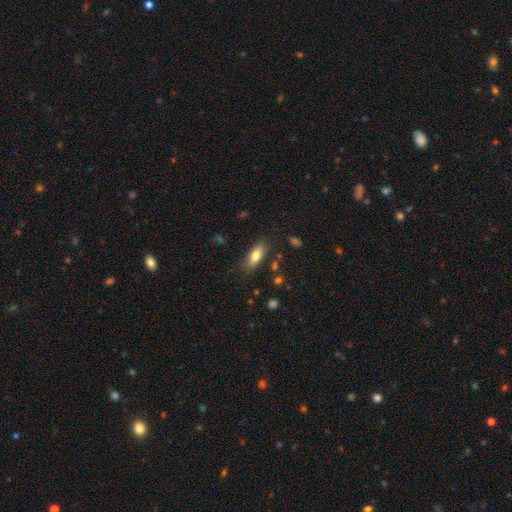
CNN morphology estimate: A smooth galaxy with no disk features (76%) that is in between round and cigar-shaped (70%). Merging: none (81%).